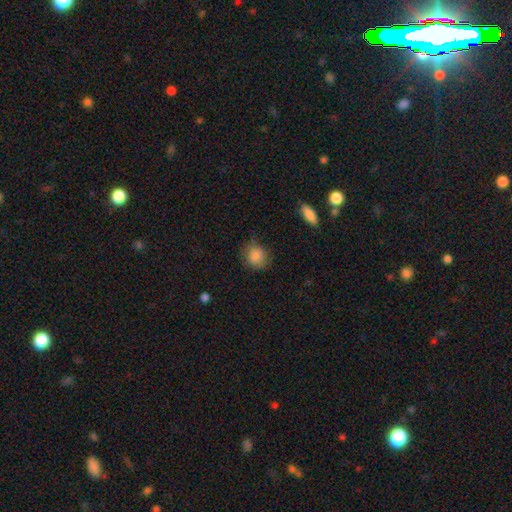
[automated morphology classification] Overall: smooth (85%). How rounded: round (77%). Merging: none (70%).